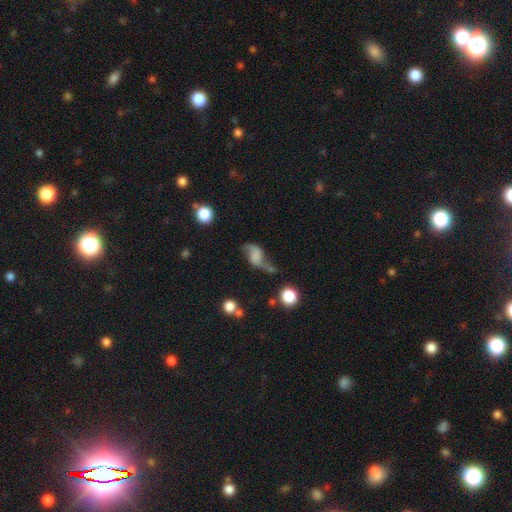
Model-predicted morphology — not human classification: The model was most divided on "merging": none: 38%, minor disturbance: 22%, major disturbance: 21%, merger: 20%. More confident: edge-on disk — no (96%); spiral arms — yes (86%); bulge size — none (62%); smooth or featured — featured or disk (60%); bar — no (57%).